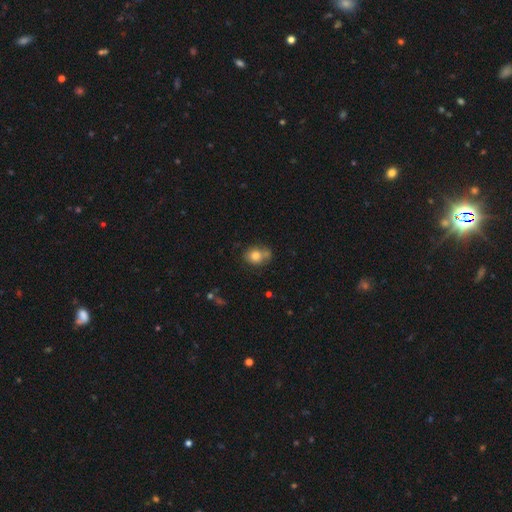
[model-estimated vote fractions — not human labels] smooth_or_featured: smooth (p=0.79) [alt: featured or disk p=0.11]
how_rounded: round (p=0.60) [alt: in between p=0.39]
merging: none (p=0.51) [alt: merger p=0.21]